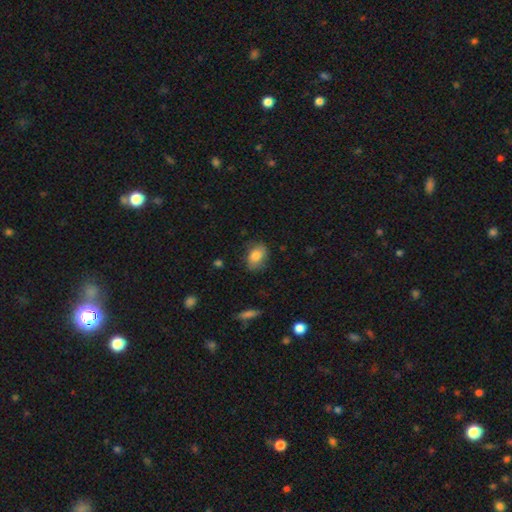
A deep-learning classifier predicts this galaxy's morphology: smooth_or_featured: smooth (p=0.83) [alt: featured or disk p=0.10]
how_rounded: in between (p=0.77) [alt: round p=0.21]
merging: none (p=0.79) [alt: minor disturbance p=0.16]